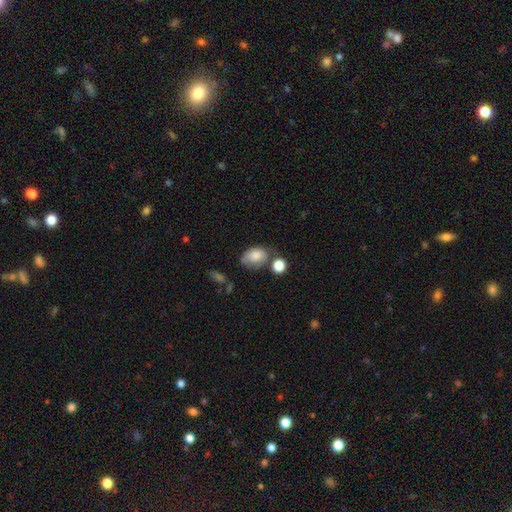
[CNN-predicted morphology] The model was most divided on "merging": none: 44%, minor disturbance: 29%, merger: 15%, major disturbance: 12%. More confident: smooth or featured — smooth (79%); how rounded — in between (79%).